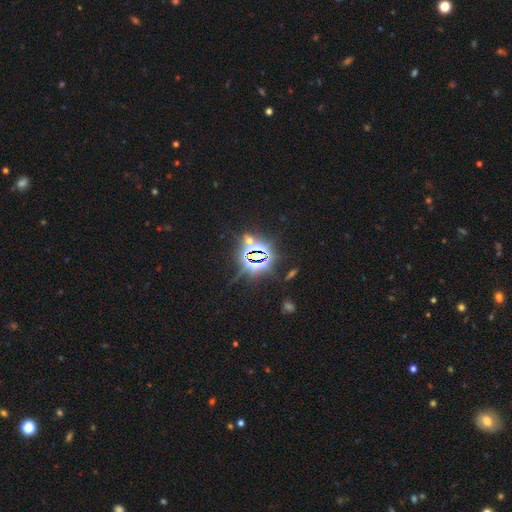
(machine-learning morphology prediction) A star or artifact, not a galaxy (81%).